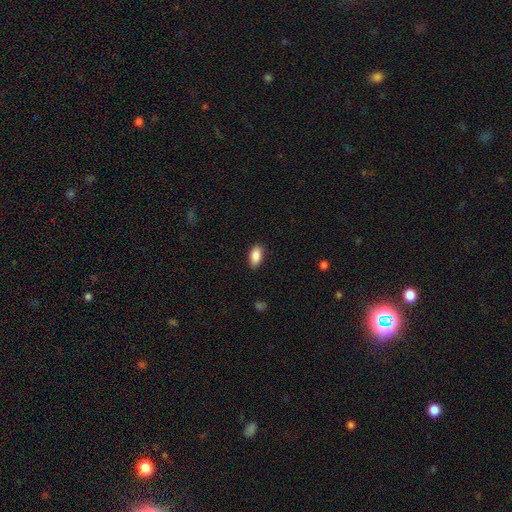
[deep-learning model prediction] smooth 88%, star or artifact 7%, featured or disk 5%. Down the decision tree: how rounded — in between (91%); merging — none (87%).